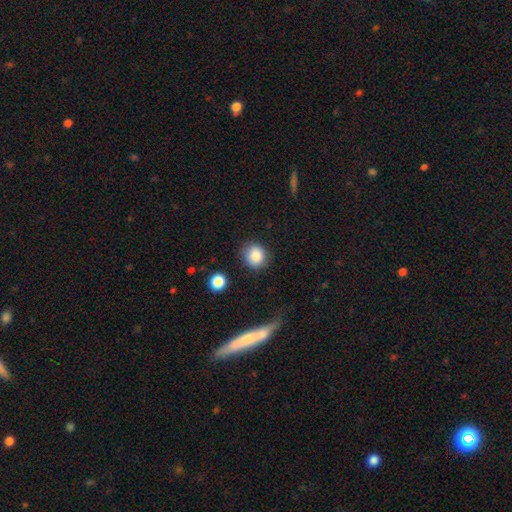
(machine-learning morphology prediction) smooth_or_featured: smooth (p=0.86) [alt: star or artifact p=0.09]
how_rounded: round (p=0.84) [alt: in between p=0.14]
merging: none (p=0.81) [alt: minor disturbance p=0.12]